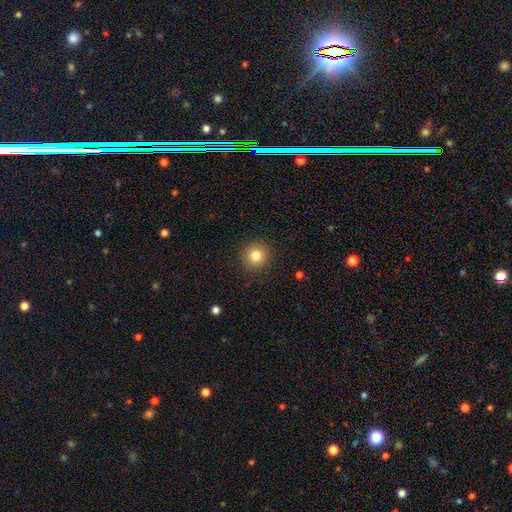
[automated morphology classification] A smooth galaxy with no disk features (81%) that is round (92%).

Vote fractions:
- Smooth or featured? smooth: 81% / star or artifact: 11% / featured or disk: 7%
- How rounded? round: 92% / in between: 7% / cigar-shaped: 1%
- Merging? none: 90% / minor disturbance: 7% / major disturbance: 2% / merger: 1%